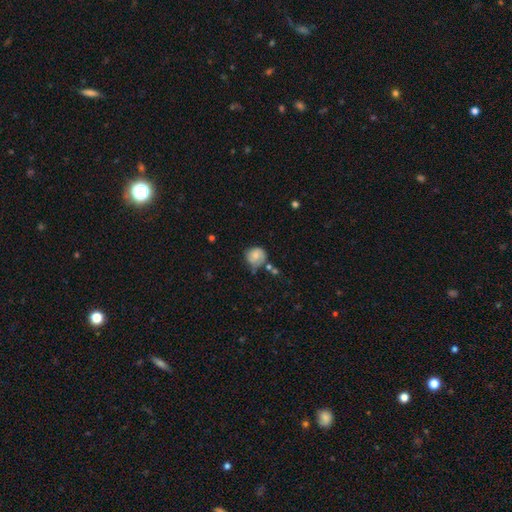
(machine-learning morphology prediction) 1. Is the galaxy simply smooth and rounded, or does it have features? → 67% smooth, 25% featured or disk, 9% star or artifact.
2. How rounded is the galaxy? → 82% round, 17% in between, 1% cigar-shaped.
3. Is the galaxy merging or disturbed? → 53% none, 31% minor disturbance, 10% major disturbance, 7% merger.